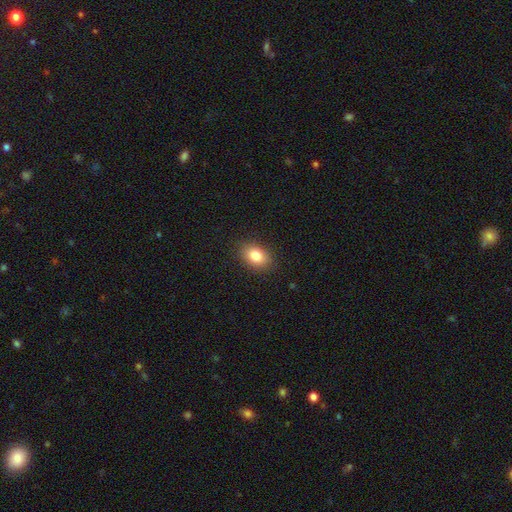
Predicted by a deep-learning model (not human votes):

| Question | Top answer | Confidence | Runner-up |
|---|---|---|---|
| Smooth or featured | smooth | 83% | star or artifact (9%) |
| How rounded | in between | 76% | round (23%) |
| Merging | none | 87% | minor disturbance (9%) |